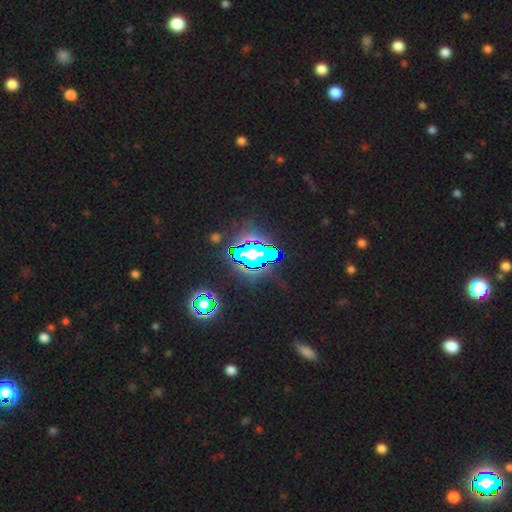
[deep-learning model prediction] smooth_or_featured: star or artifact (p=0.75) [alt: smooth p=0.15]